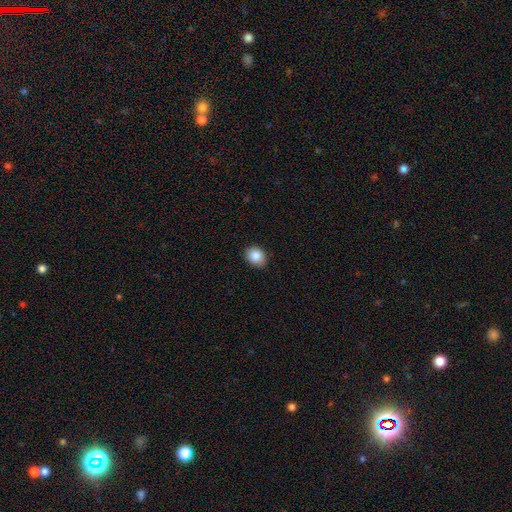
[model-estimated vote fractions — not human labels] smooth 87%, star or artifact 9%, featured or disk 5%. Down the decision tree: how rounded — round (54%); merging — none (84%).